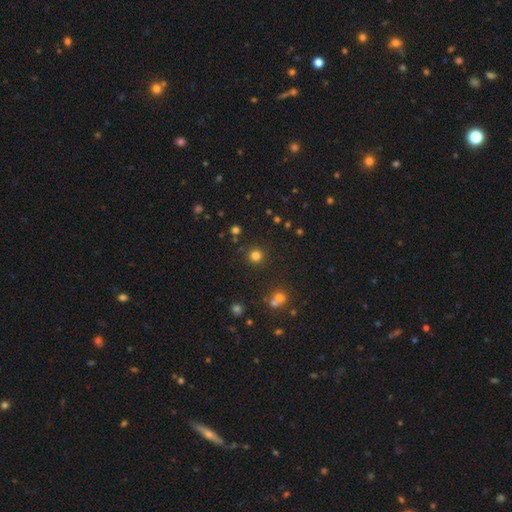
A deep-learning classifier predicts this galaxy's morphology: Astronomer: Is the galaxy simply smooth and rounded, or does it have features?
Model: smooth — 79%.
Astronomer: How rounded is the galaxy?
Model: round — 94%.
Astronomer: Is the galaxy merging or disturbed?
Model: none — 89%.